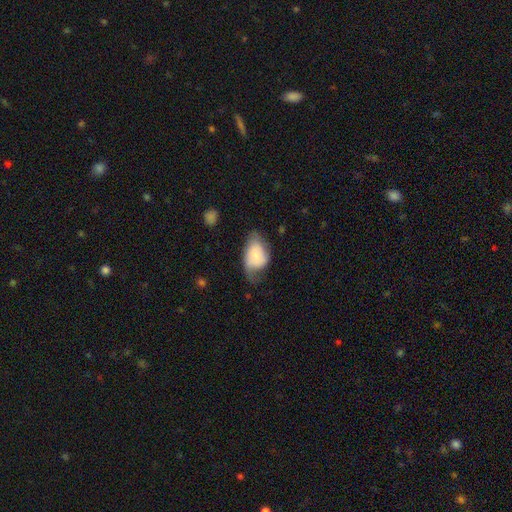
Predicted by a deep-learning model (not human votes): Smooth or featured? Predicted: smooth (p=0.61). How rounded? Predicted: in between (p=0.85). Merging? Predicted: minor disturbance (p=0.38).